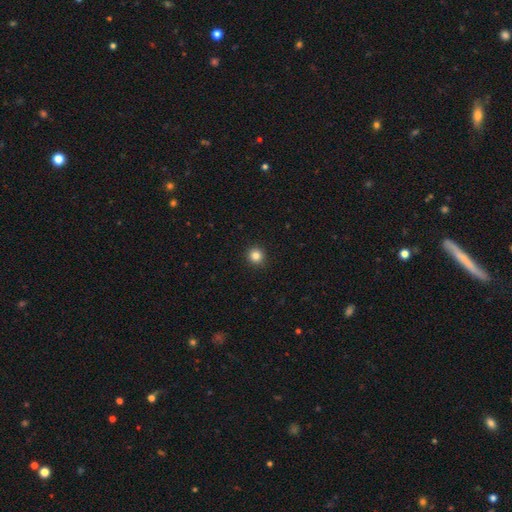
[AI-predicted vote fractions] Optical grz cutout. It shows a smooth galaxy with no disk features (84%) that is round (95%). Merging: none (93%).